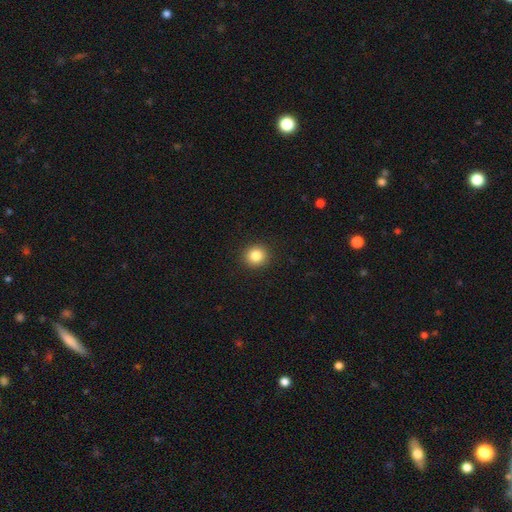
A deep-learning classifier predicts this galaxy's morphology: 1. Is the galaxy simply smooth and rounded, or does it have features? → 84% smooth, 10% star or artifact, 5% featured or disk.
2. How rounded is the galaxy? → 91% round, 8% in between, 1% cigar-shaped.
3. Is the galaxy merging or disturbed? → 92% none, 5% minor disturbance, 2% major disturbance, 1% merger.